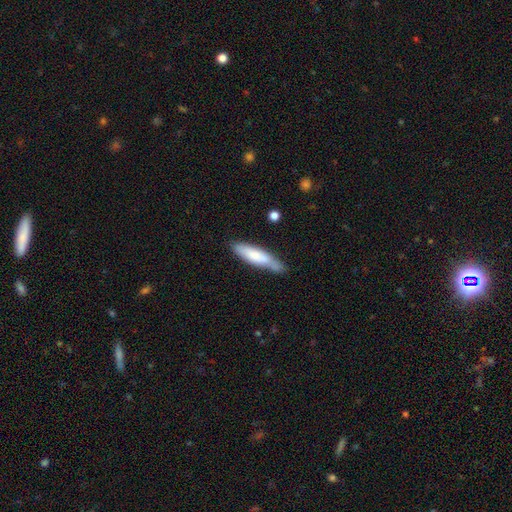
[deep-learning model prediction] A smooth galaxy with no disk features (73%) that is cigar-shaped (74%).

Vote fractions:
- Smooth or featured? smooth: 73% / featured or disk: 22% / star or artifact: 5%
- How rounded? cigar-shaped: 74% / in between: 24% / round: 1%
- Merging? none: 64% / minor disturbance: 25% / merger: 5% / major disturbance: 5%